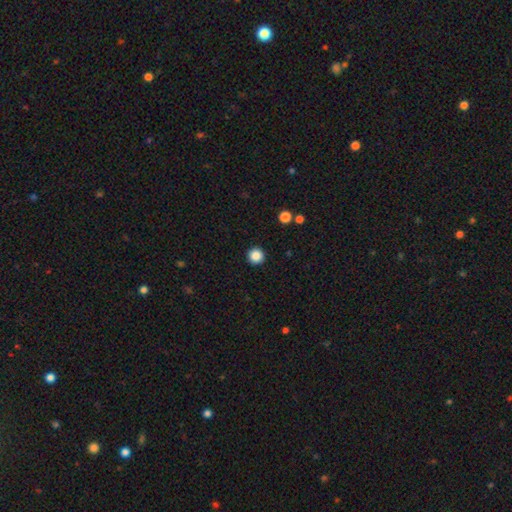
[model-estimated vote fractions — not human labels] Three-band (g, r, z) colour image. It shows a smooth galaxy with no disk features (86%) that is round (96%). Merging: none (93%).